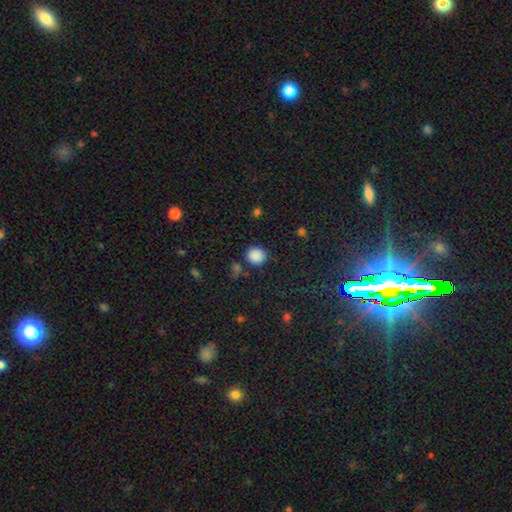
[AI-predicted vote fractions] smooth-or-featured: smooth: 86% | star or artifact: 10% | featured or disk: 3%
  how-rounded: round: 88% | in between: 11% | cigar-shaped: 1%
  merging: none: 83% | minor disturbance: 10% | merger: 4% | major disturbance: 3%